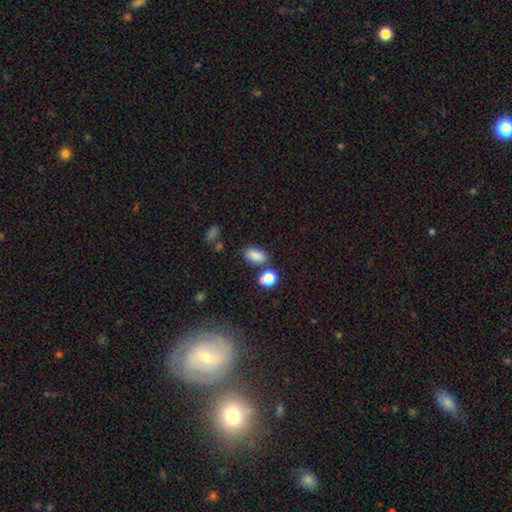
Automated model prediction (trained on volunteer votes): Q: Smooth or featured?
A: smooth (83%); runner-up: star or artifact (12%)
Q: How rounded?
A: in between (86%); runner-up: round (11%)
Q: Merging?
A: none (72%); runner-up: minor disturbance (13%)